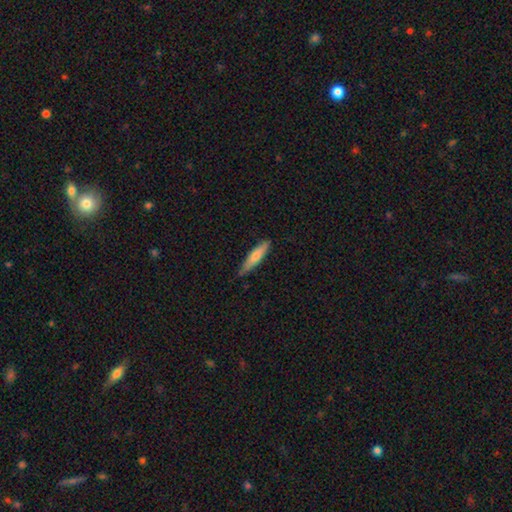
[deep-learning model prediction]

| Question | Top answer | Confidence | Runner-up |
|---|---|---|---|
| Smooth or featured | smooth | 70% | featured or disk (24%) |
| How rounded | cigar-shaped | 83% | in between (16%) |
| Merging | none | 79% | minor disturbance (17%) |